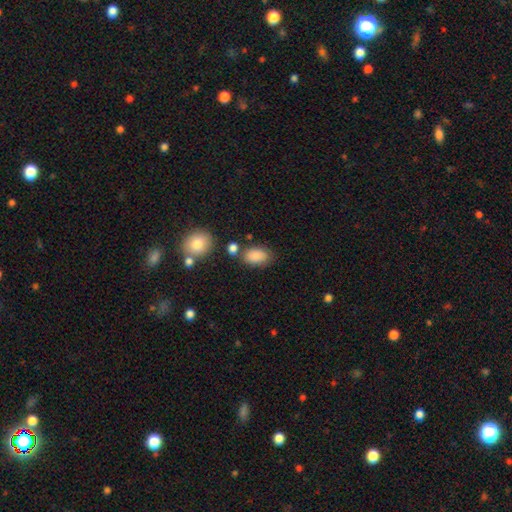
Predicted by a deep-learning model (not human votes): Overall: smooth (86%). How rounded: in between (89%). Merging: none (71%).